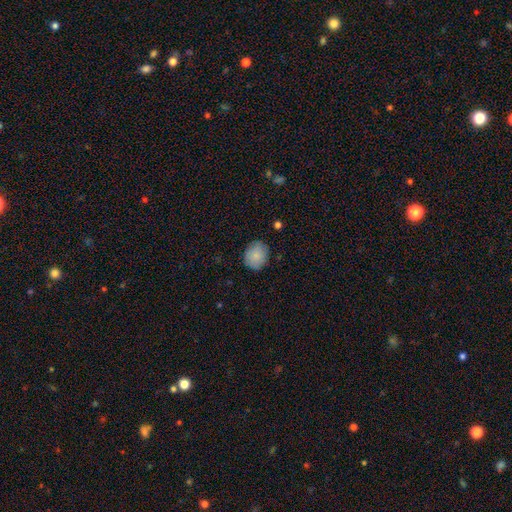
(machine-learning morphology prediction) Overall: smooth (86%). How rounded: round (63%; in between 36%). Merging: none (84%).